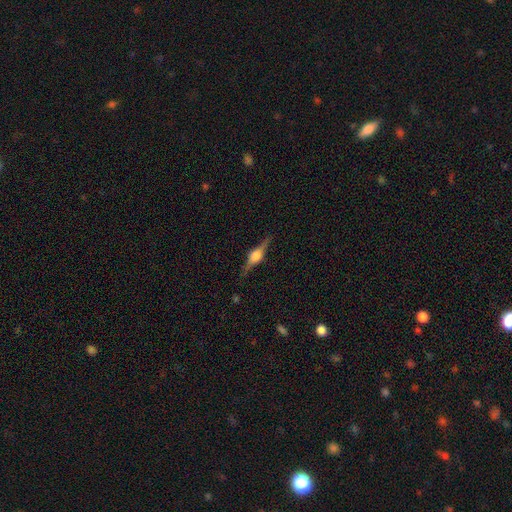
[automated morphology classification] smooth-or-featured: featured or disk: 80% | smooth: 13% | star or artifact: 7%
  disk-edge-on: yes: 98% | no: 2%
    edge-on-bulge: rounded: 89% | boxy: 10% | none: 2%
  merging: none: 87% | minor disturbance: 9% | major disturbance: 2% | merger: 1%